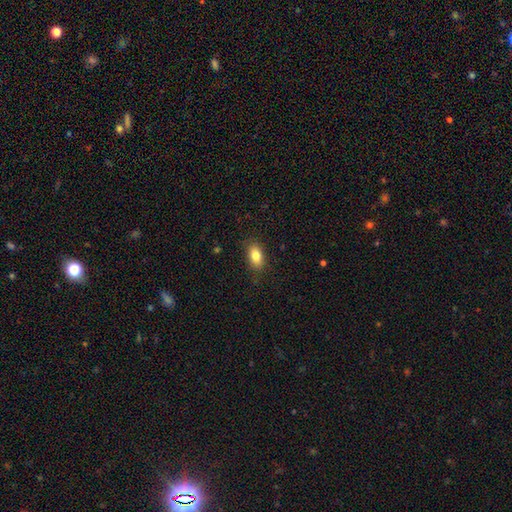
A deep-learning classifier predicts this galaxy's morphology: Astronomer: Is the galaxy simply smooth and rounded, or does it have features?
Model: smooth — 83%.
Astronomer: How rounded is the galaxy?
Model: in between — 88%.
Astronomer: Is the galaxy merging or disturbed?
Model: none — 85%.